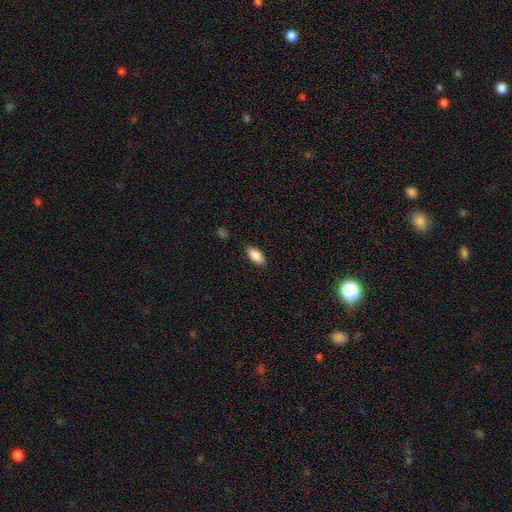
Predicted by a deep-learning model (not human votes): Smooth or featured? Predicted: smooth (p=0.86). How rounded? Predicted: in between (p=0.90). Merging? Predicted: none (p=0.85).